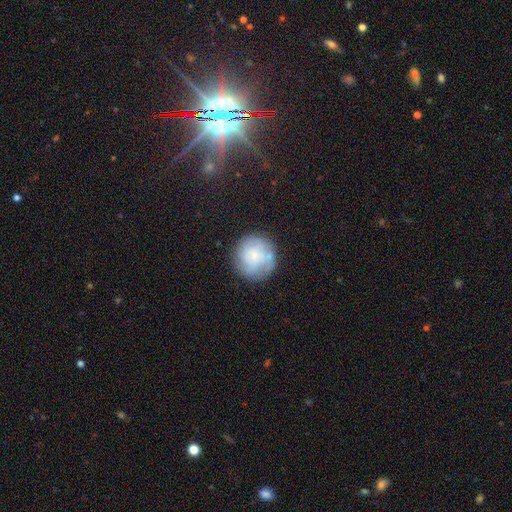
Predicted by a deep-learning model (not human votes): Q: Smooth or featured?
A: smooth (57%); runner-up: featured or disk (35%)
Q: How rounded?
A: round (91%); runner-up: in between (8%)
Q: Merging?
A: none (69%); runner-up: minor disturbance (18%)